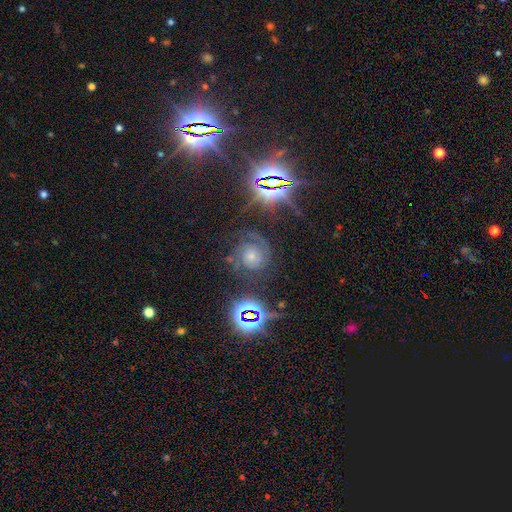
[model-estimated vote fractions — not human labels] Smooth or featured: featured or disk — 64% (star or artifact — 25%)
Edge-on disk: no — 97% (yes — 3%)
Bar: no — 75% (weak — 19%)
Spiral arms: yes — 95% (no — 5%)
Spiral winding: tight — 60% (medium — 33%)
Spiral arm count: 2 — 53% (can't tell — 17%)
Bulge size: small — 53% (moderate — 36%)
Merging: none — 67% (minor disturbance — 18%)